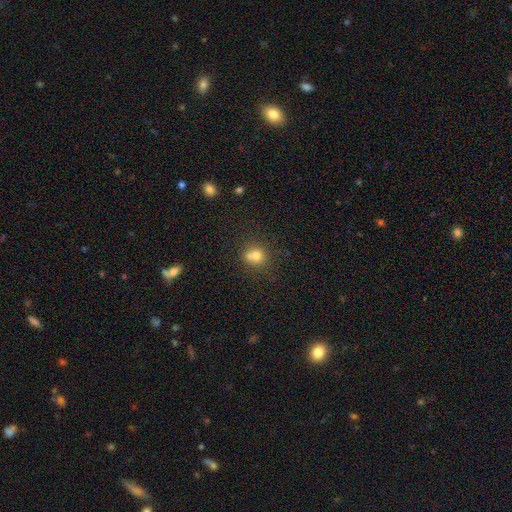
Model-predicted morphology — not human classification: A smooth galaxy with no disk features (72%) that is round (84%). Merging: none (46%).